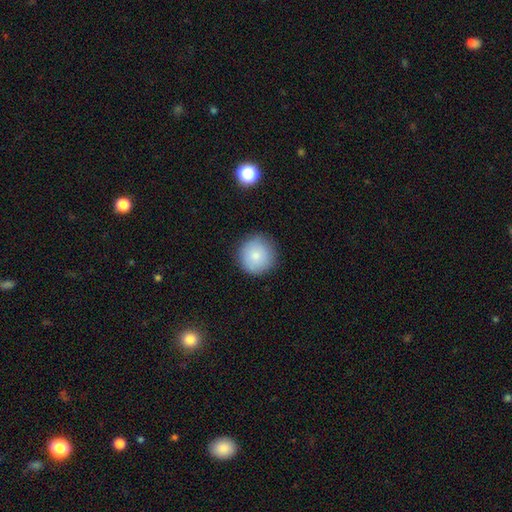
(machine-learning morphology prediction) type=smooth (83%); roundness=round (94%); merging=none (88%).